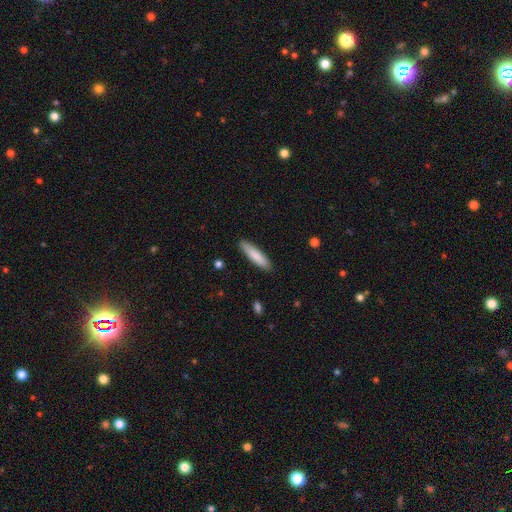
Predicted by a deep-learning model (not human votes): Morphology: type=smooth (83%); roundness=cigar-shaped (80%); merging=none (89%).